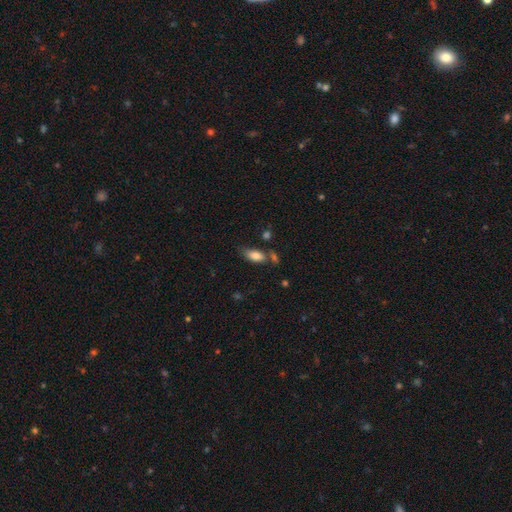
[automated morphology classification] smooth 82%, featured or disk 10%, star or artifact 8%. Down the decision tree: how rounded — in between (87%); merging — none (58%).